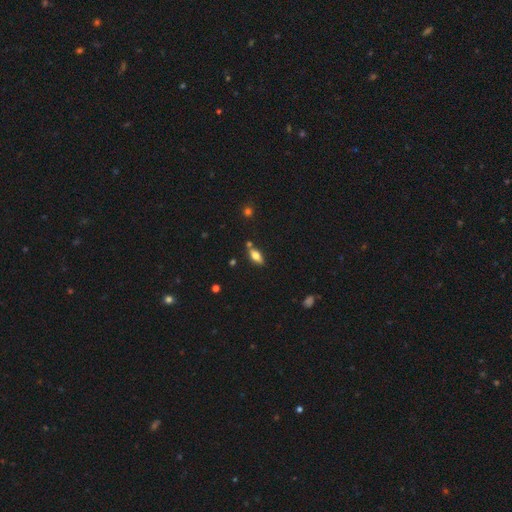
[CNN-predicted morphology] Smooth or featured?
  - smooth: 68% *
  - featured or disk: 24%
  - star or artifact: 8%
How rounded?
  - in between: 81% *
  - cigar-shaped: 16%
  - round: 3%
Merging?
  - none: 74% *
  - minor disturbance: 13%
  - merger: 10%
  - major disturbance: 3%